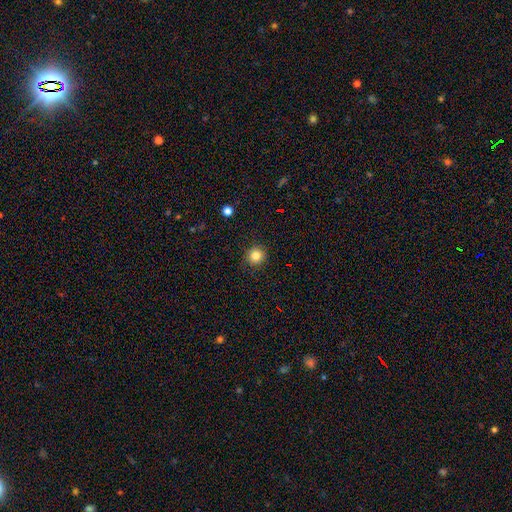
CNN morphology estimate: A smooth galaxy with no disk features (83%) that is round (92%).

Vote fractions:
- Smooth or featured? smooth: 83% / star or artifact: 11% / featured or disk: 5%
- How rounded? round: 92% / in between: 7% / cigar-shaped: 1%
- Merging? none: 90% / minor disturbance: 7% / major disturbance: 2% / merger: 1%